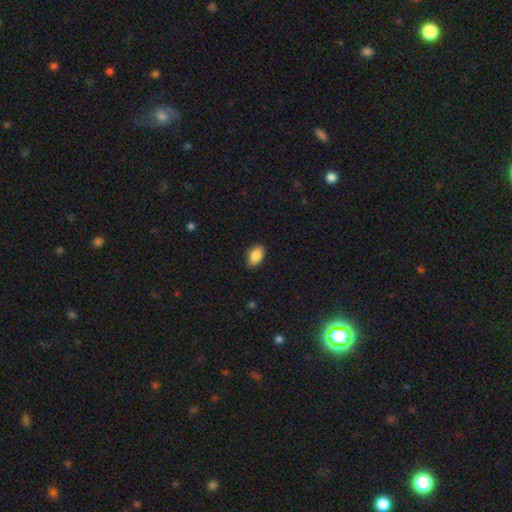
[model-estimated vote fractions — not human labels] Smooth or featured?
  - smooth: 87% *
  - star or artifact: 7%
  - featured or disk: 6%
How rounded?
  - in between: 92% *
  - round: 6%
  - cigar-shaped: 2%
Merging?
  - none: 89% *
  - minor disturbance: 9%
  - major disturbance: 2%
  - merger: 1%